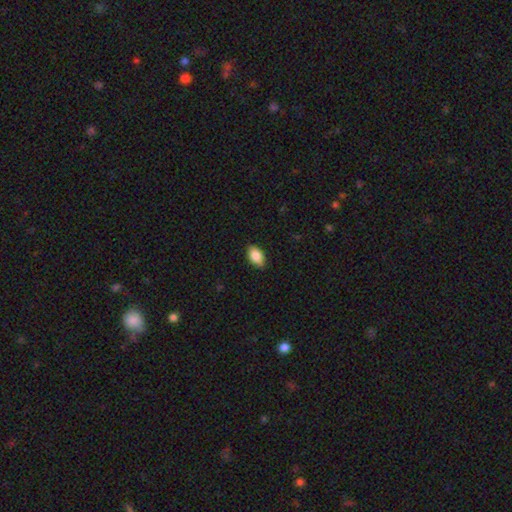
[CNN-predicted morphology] Smooth or featured? smooth (83%)
How rounded? in between (90%)
Merging? none (86%)